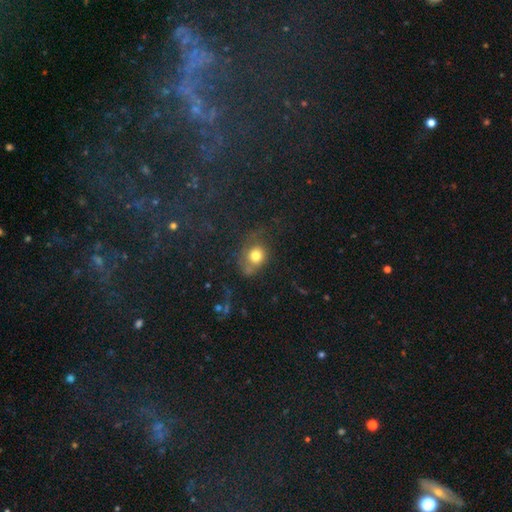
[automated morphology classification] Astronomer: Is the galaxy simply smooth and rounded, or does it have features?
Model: smooth — 72%.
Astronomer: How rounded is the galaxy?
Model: round — 65%.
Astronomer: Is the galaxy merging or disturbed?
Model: none — 52%.